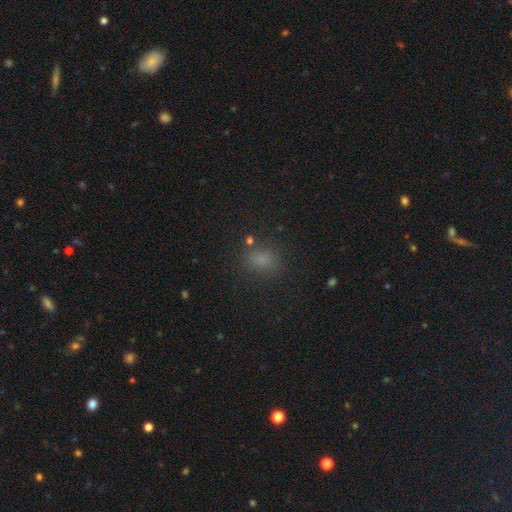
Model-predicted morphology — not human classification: A smooth galaxy with no disk features (69%) that is in between round and cigar-shaped (57%).

Vote fractions:
- Smooth or featured? smooth: 69% / star or artifact: 24% / featured or disk: 6%
- How rounded? in between: 57% / round: 41% / cigar-shaped: 2%
- Merging? none: 80% / minor disturbance: 11% / major disturbance: 4% / merger: 4%